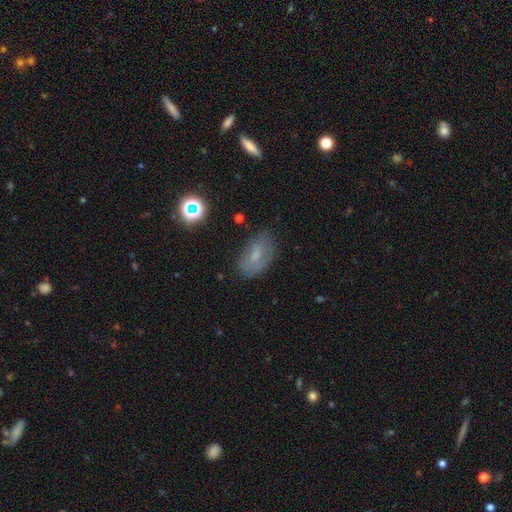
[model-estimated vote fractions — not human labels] smooth_or_featured: smooth (p=0.55) [alt: featured or disk p=0.31]
how_rounded: in between (p=0.89) [alt: round p=0.07]
merging: none (p=0.67) [alt: minor disturbance p=0.22]